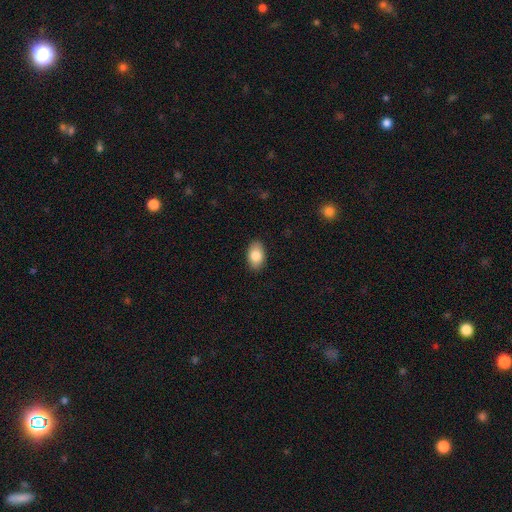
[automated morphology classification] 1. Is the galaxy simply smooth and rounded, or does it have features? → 85% smooth, 8% featured or disk, 7% star or artifact.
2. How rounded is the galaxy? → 90% in between, 8% round, 1% cigar-shaped.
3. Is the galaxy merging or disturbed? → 88% none, 9% minor disturbance, 2% major disturbance, 1% merger.